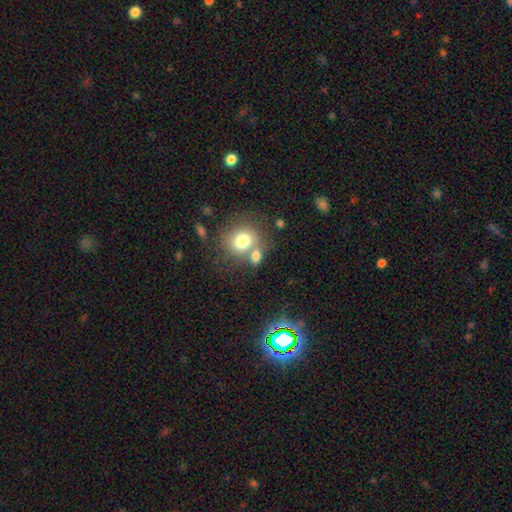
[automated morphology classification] Q: Smooth or featured?
A: smooth (74%); runner-up: featured or disk (14%)
Q: How rounded?
A: round (60%); runner-up: in between (39%)
Q: Merging?
A: none (44%); runner-up: merger (38%)